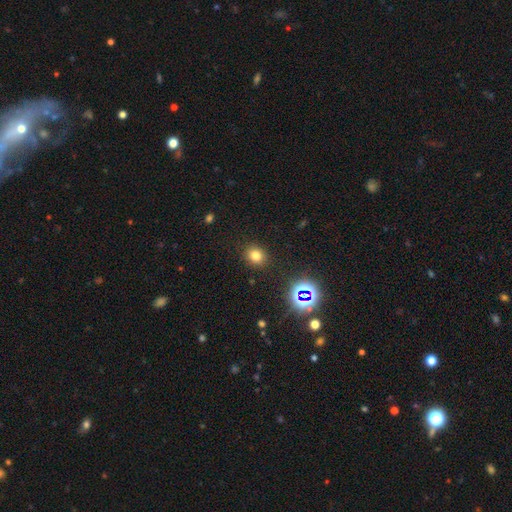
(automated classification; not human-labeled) A smooth galaxy with no disk features (75%) that is round (70%). Merging: none (88%).